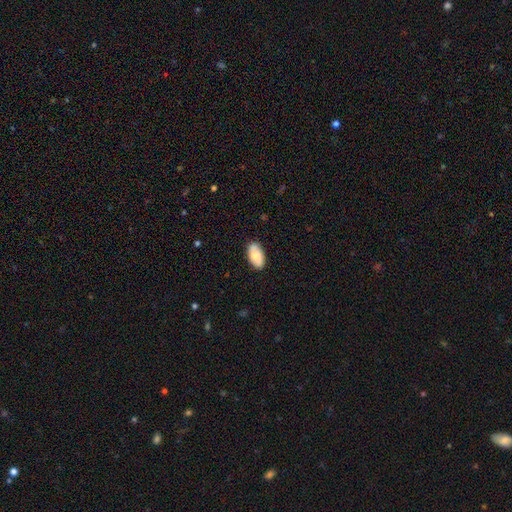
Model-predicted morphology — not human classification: Smooth or featured: smooth — 69% (featured or disk — 25%)
How rounded: in between — 94% (round — 4%)
Merging: none — 81% (minor disturbance — 15%)